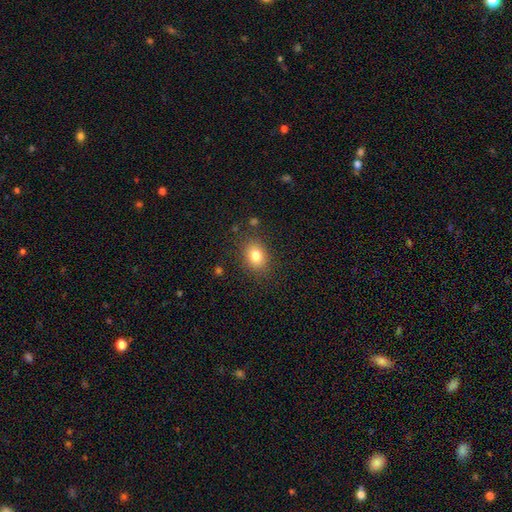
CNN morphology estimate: Overall: smooth (81%). How rounded: in between (62%; round 37%). Merging: none (84%).